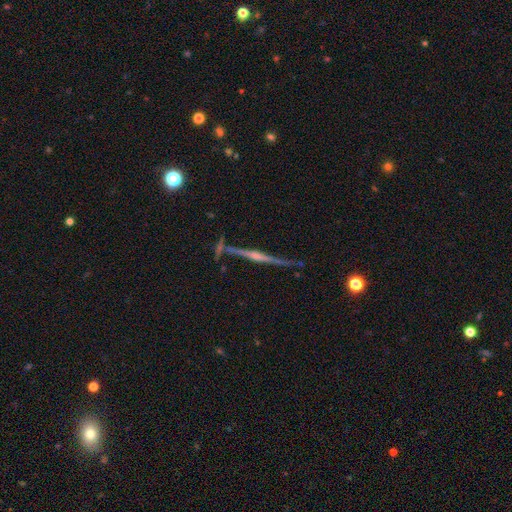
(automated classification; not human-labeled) Overall: featured or disk (84%). Edge-on disk: yes (97%). Edge-on bulge: rounded (76%). Merging: none (78%).